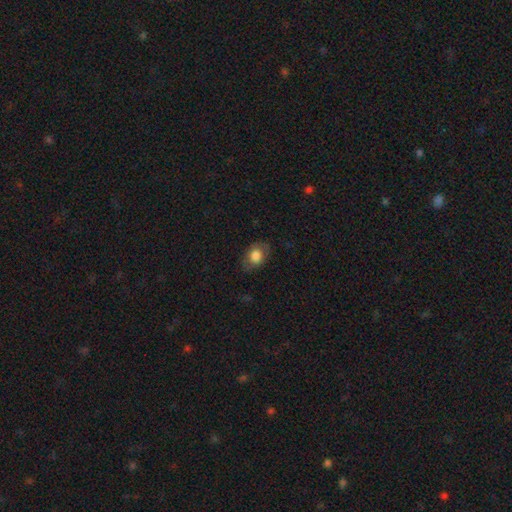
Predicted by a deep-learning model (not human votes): Overall: smooth (78%). How rounded: in between (68%; round 30%). Merging: none (76%).